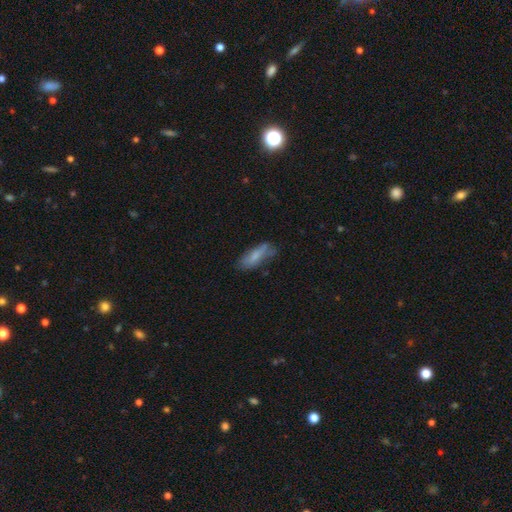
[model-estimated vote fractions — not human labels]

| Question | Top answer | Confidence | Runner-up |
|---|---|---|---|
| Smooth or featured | smooth | 67% | featured or disk (26%) |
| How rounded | in between | 60% | cigar-shaped (38%) |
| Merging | none | 58% | minor disturbance (28%) |